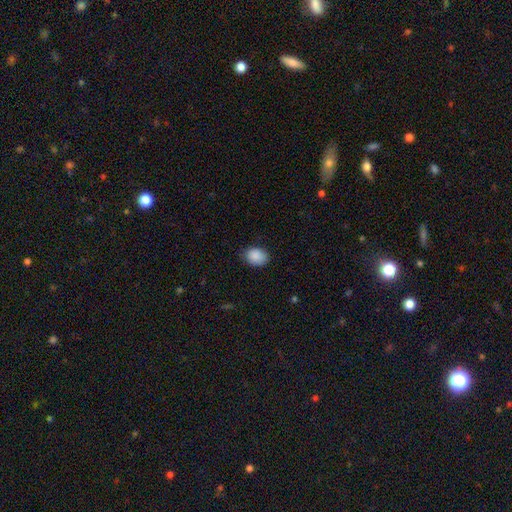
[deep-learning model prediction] smooth_or_featured: smooth (p=0.89) [alt: star or artifact p=0.08]
how_rounded: in between (p=0.62) [alt: round p=0.37]
merging: none (p=0.77) [alt: minor disturbance p=0.19]